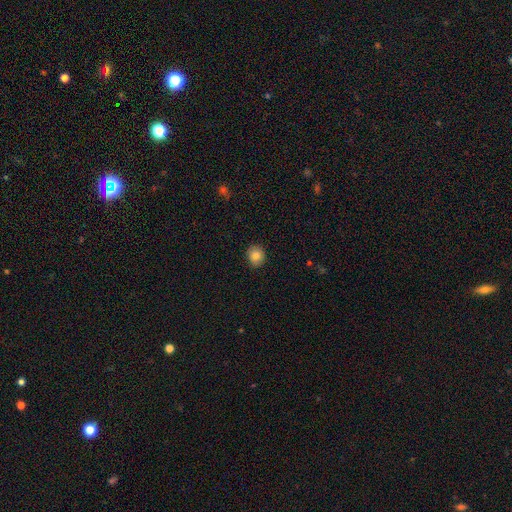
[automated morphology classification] type=smooth (83%); roundness=round (76%); merging=none (89%).